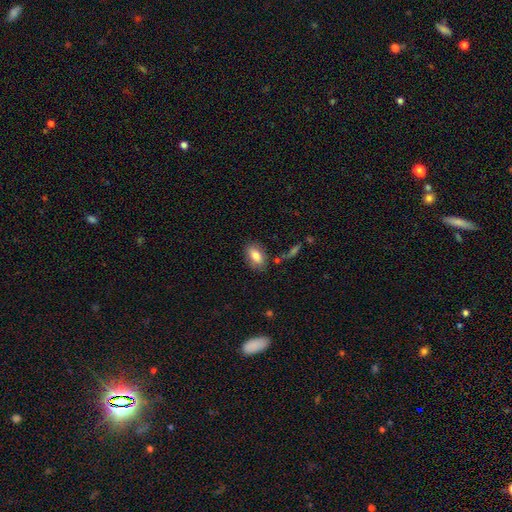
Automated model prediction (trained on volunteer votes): Smooth or featured: smooth — 81% (featured or disk — 11%)
How rounded: in between — 89% (round — 7%)
Merging: none — 79% (minor disturbance — 13%)